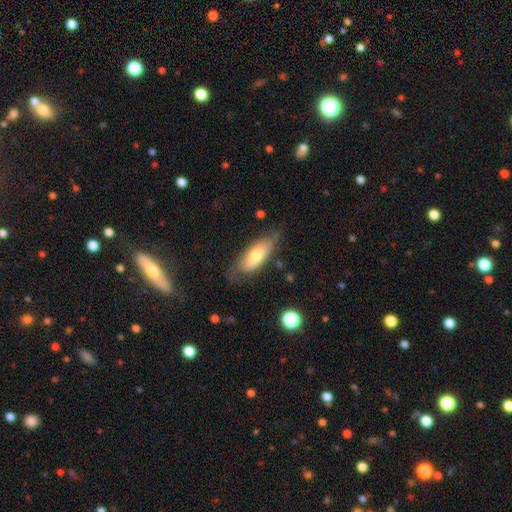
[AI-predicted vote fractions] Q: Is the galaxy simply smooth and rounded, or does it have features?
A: smooth — 67%.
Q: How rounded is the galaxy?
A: in between — 73%.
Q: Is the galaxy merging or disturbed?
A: none — 62%.